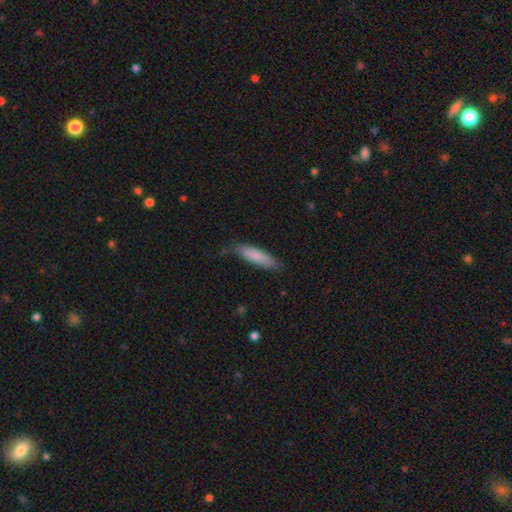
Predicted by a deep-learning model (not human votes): Q: Smooth or featured?
A: smooth (84%); runner-up: featured or disk (11%)
Q: How rounded?
A: cigar-shaped (71%); runner-up: in between (28%)
Q: Merging?
A: none (75%); runner-up: minor disturbance (20%)